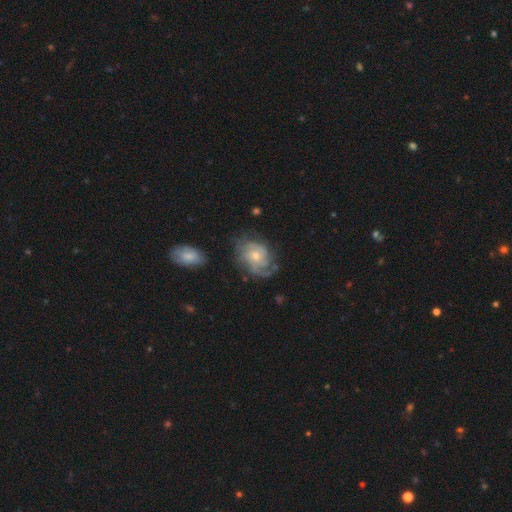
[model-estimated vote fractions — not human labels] Smooth or featured? Predicted: featured or disk (p=0.79). Edge-on disk? Predicted: no (p=0.98). Bar? Predicted: no (p=0.73). Spiral arms? Predicted: yes (p=0.93). Spiral winding? Predicted: tight (p=0.52). Spiral arm count? Predicted: can't tell (p=0.32). Bulge size? Predicted: moderate (p=0.48). Merging? Predicted: none (p=0.60).